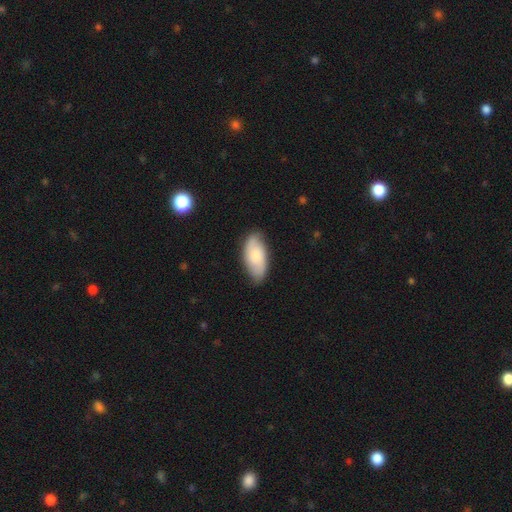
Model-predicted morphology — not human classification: A smooth galaxy with no disk features (65%) that is in between round and cigar-shaped (92%). Merging: none (77%).